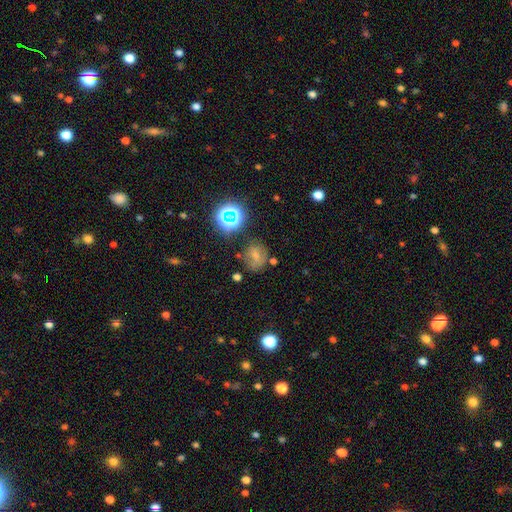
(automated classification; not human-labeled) Smooth or featured: smooth — 55% (star or artifact — 24%)
How rounded: round — 70% (in between — 29%)
Merging: none — 64% (minor disturbance — 21%)